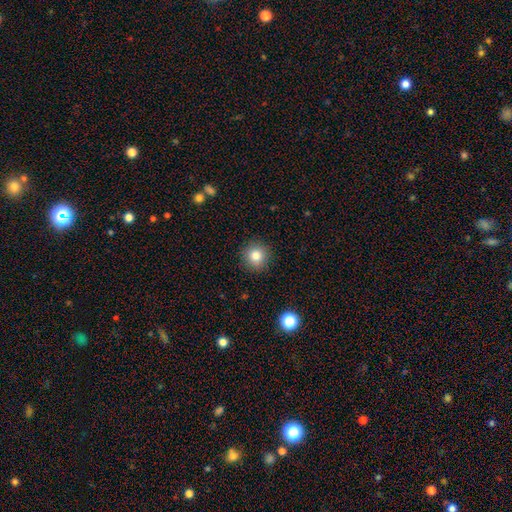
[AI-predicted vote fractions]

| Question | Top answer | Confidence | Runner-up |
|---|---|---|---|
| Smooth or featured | smooth | 82% | star or artifact (11%) |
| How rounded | round | 93% | in between (6%) |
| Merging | none | 91% | minor disturbance (6%) |